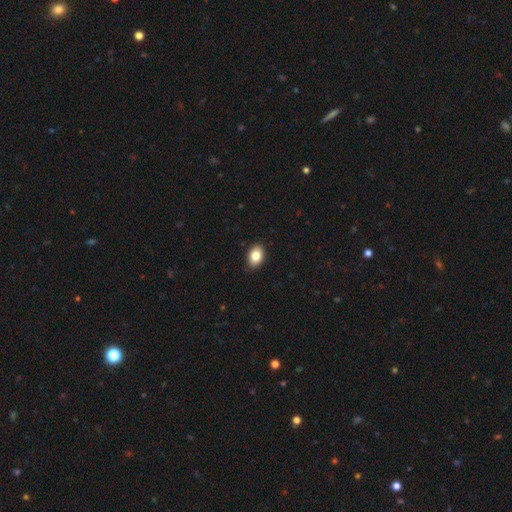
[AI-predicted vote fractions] Overall: smooth (84%). How rounded: in between (84%). Merging: none (88%).